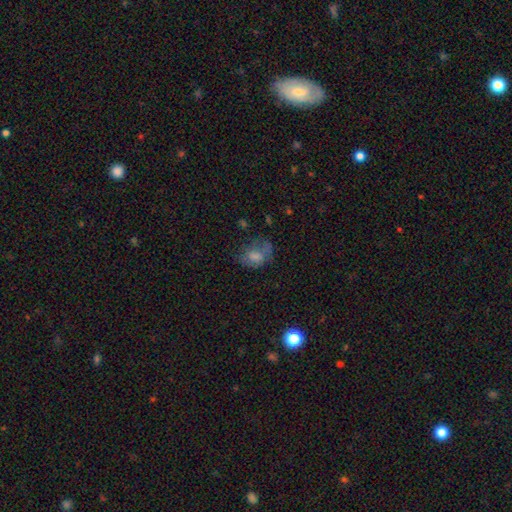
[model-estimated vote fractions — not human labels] Smooth or featured: smooth — 63% (featured or disk — 25%)
How rounded: in between — 73% (round — 25%)
Merging: none — 39% (major disturbance — 28%)